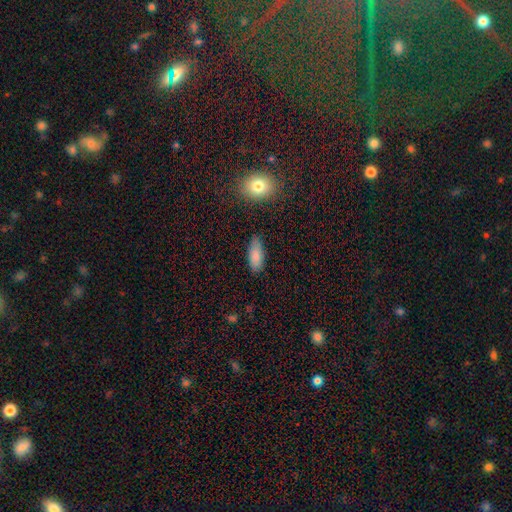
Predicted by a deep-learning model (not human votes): This is clearly a smooth galaxy (85%). How rounded: clearly in between (80%). Merging: likely none (79%).